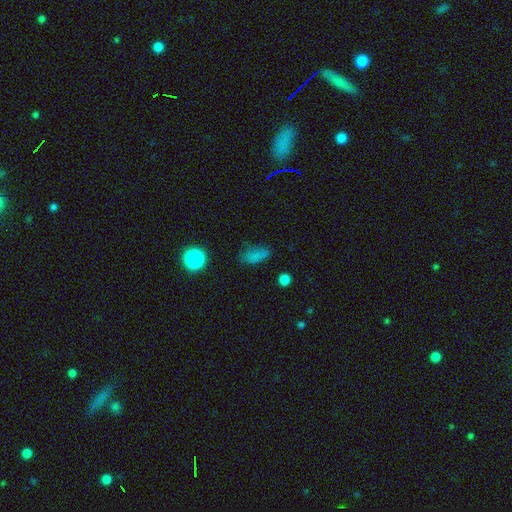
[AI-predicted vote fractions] A smooth galaxy with no disk features (72%) that is in between round and cigar-shaped (80%). Merging: none (57%).